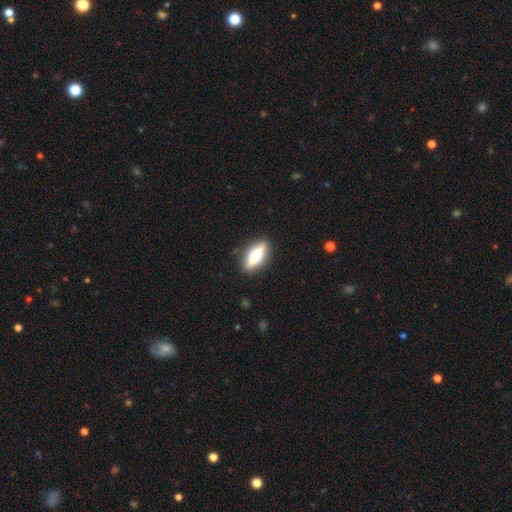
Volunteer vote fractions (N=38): smooth_or_featured: smooth (p=0.50) [tied with: featured or disk p=0.50]
how_rounded: in between (p=0.58) [alt: cigar-shaped p=0.42]
merging: none (p=0.92) [alt: major disturbance p=0.05]